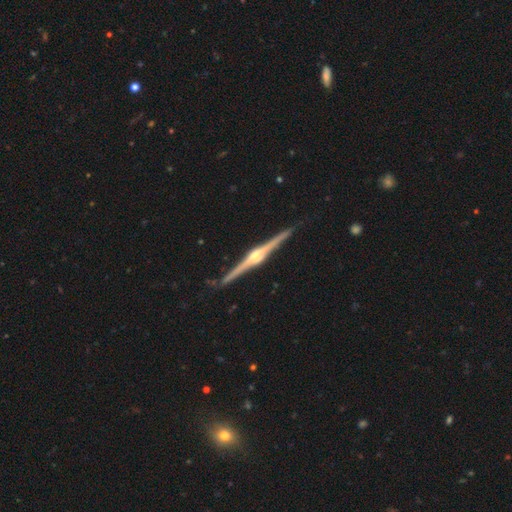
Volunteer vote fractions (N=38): Volunteers were most divided on "edge-on bulge": rounded: 82%, boxy: 18%, none: 0%. More confident: edge-on disk — yes (100%); merging — none (94%); smooth or featured — featured or disk (87%).